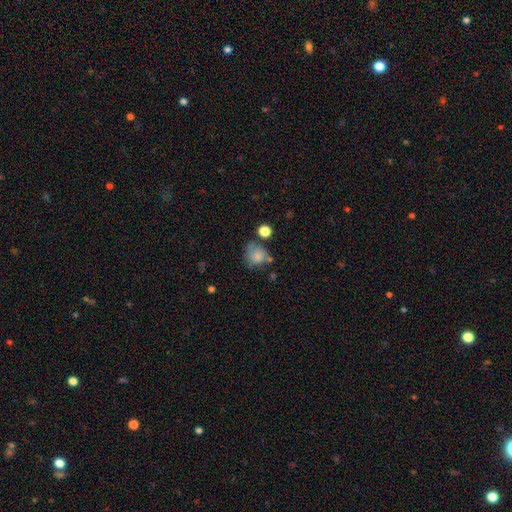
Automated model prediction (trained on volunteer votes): Smooth or featured: smooth — 73% (featured or disk — 16%)
How rounded: round — 72% (in between — 27%)
Merging: none — 42% (minor disturbance — 26%)